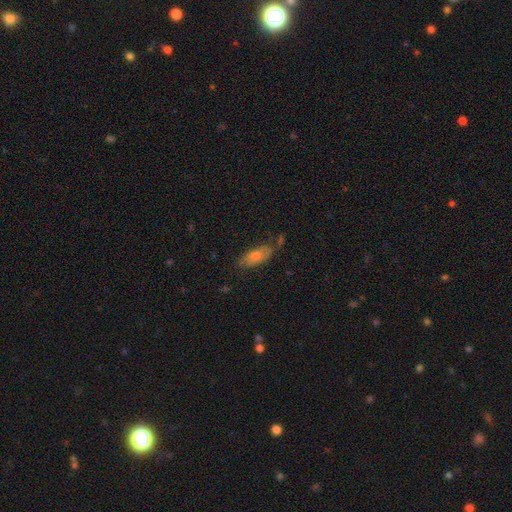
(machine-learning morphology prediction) The model was most divided on "smooth or featured": smooth: 59%, featured or disk: 31%, star or artifact: 10%. More confident: how rounded — in between (72%); merging — none (70%).